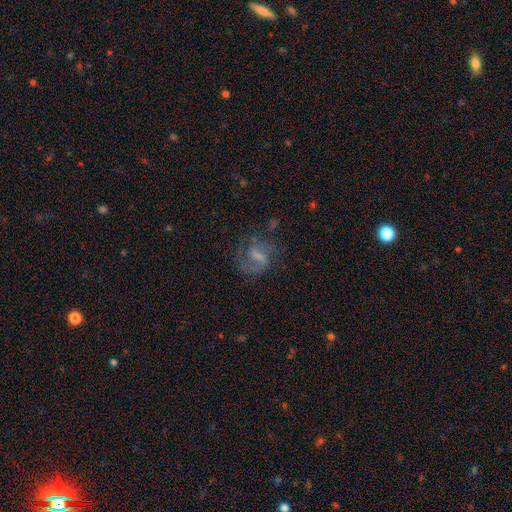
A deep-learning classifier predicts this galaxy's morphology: Overall: featured or disk (68%). Edge-on disk: no (97%). Bar: weak (51%; strong 26%). Spiral arms: yes (87%). Spiral arm count: 2 (69%). Spiral winding: medium (48%; loose 31%). Bulge size: small (39%; none 29%). Merging: none (65%).